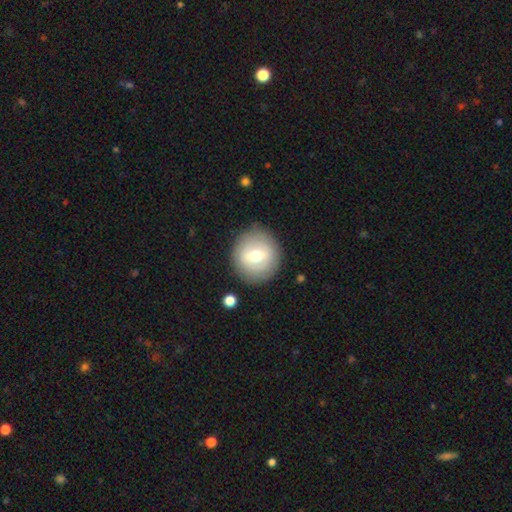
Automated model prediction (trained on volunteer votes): A smooth galaxy with no disk features (53%) that is round (89%).

Vote fractions:
- Smooth or featured? smooth: 53% / featured or disk: 39% / star or artifact: 7%
- How rounded? round: 89% / in between: 10% / cigar-shaped: 1%
- Merging? none: 86% / minor disturbance: 9% / major disturbance: 4% / merger: 2%